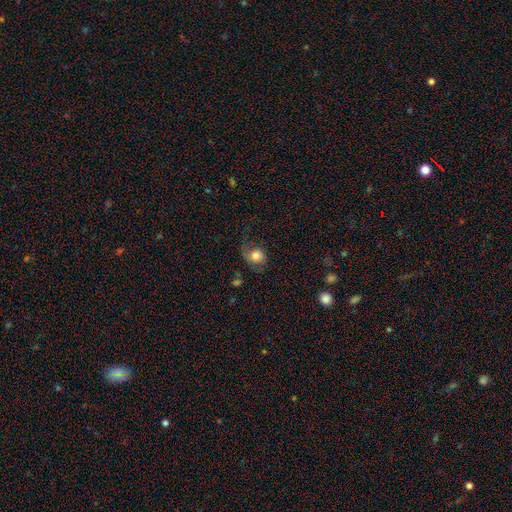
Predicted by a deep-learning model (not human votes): smooth_or_featured: smooth (p=0.72) [alt: featured or disk p=0.18]
how_rounded: round (p=0.65) [alt: in between p=0.34]
merging: none (p=0.43) [alt: minor disturbance p=0.28]